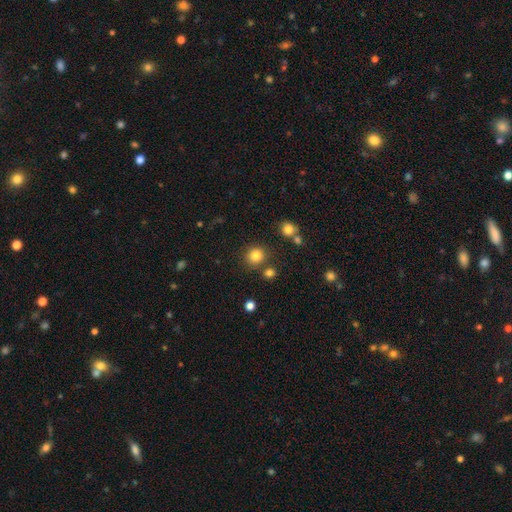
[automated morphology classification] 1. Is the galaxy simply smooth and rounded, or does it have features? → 82% smooth, 13% star or artifact, 5% featured or disk.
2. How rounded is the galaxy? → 87% round, 12% in between, 1% cigar-shaped.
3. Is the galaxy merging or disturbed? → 79% none, 9% minor disturbance, 8% merger, 3% major disturbance.